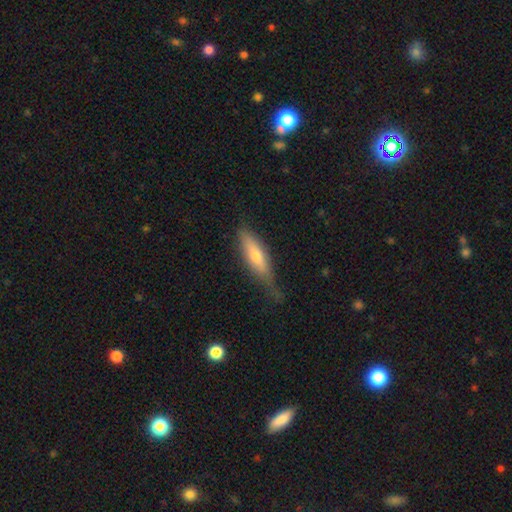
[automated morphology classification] Q: Smooth or featured?
A: smooth (57%); runner-up: featured or disk (37%)
Q: How rounded?
A: cigar-shaped (67%); runner-up: in between (31%)
Q: Merging?
A: none (60%); runner-up: minor disturbance (30%)